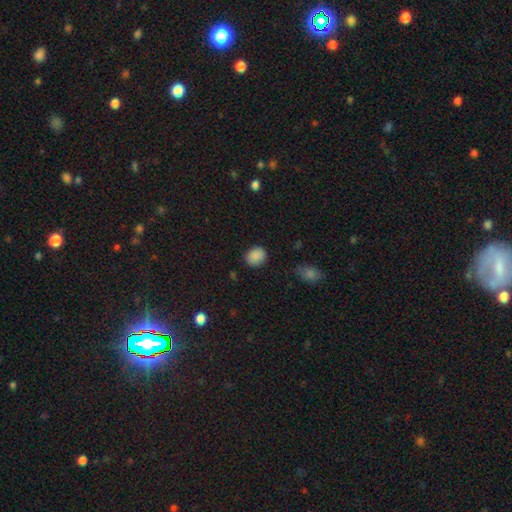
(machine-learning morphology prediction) A smooth galaxy with no disk features (88%) that is round (61%).

Vote fractions:
- Smooth or featured? smooth: 88% / star or artifact: 9% / featured or disk: 3%
- How rounded? round: 61% / in between: 38% / cigar-shaped: 1%
- Merging? none: 85% / minor disturbance: 11% / major disturbance: 3% / merger: 1%